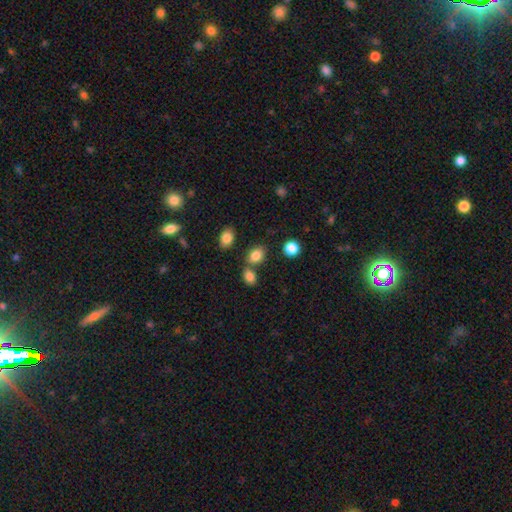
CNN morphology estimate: Smooth or featured? Predicted: smooth (p=0.83). How rounded? Predicted: in between (p=0.72). Merging? Predicted: none (p=0.67).